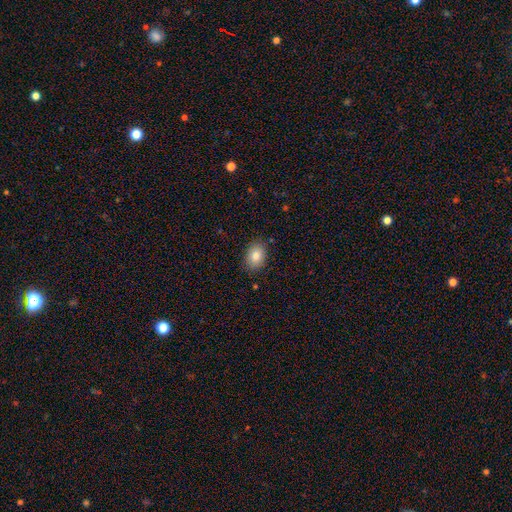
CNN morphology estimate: Smooth or featured: smooth — 84% (star or artifact — 8%)
How rounded: in between — 75% (round — 24%)
Merging: none — 85% (minor disturbance — 12%)